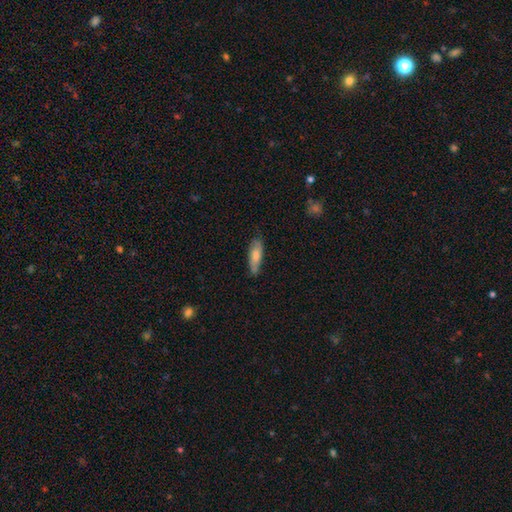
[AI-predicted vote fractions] A smooth galaxy with no disk features (67%) that is in between round and cigar-shaped (56%). Merging: none (70%).